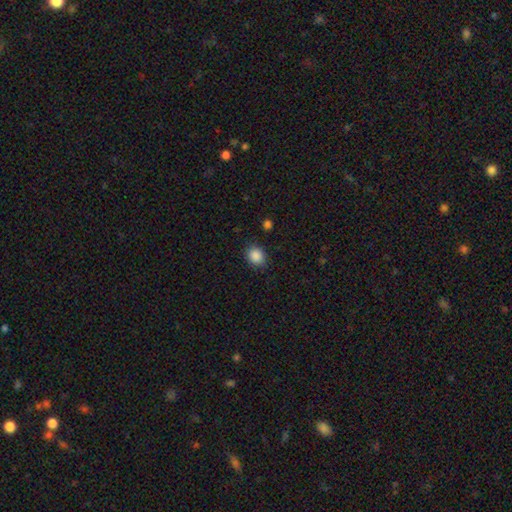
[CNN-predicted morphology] Smooth or featured?
  - smooth: 87% *
  - star or artifact: 9%
  - featured or disk: 3%
How rounded?
  - round: 59% *
  - in between: 40%
  - cigar-shaped: 1%
Merging?
  - none: 84% *
  - minor disturbance: 11%
  - major disturbance: 3%
  - merger: 2%